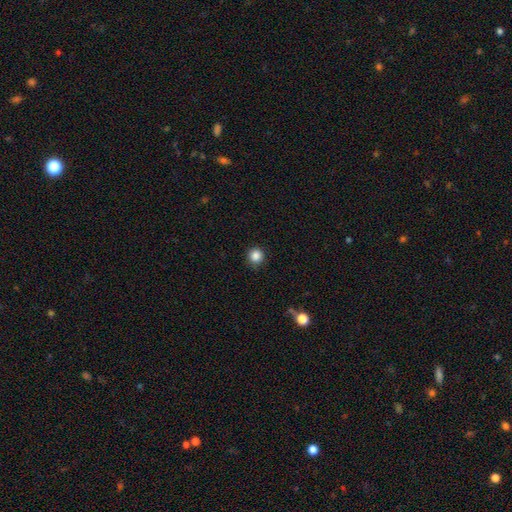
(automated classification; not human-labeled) smooth 86%, star or artifact 11%, featured or disk 3%. Down the decision tree: how rounded — round (95%); merging — none (91%).